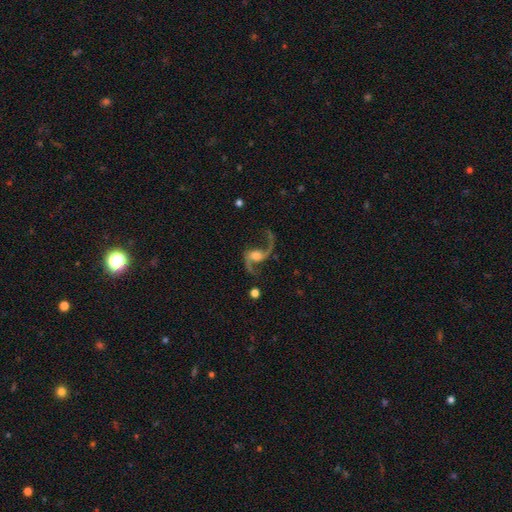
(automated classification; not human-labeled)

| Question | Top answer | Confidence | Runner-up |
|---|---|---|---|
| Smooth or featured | featured or disk | 89% | star or artifact (6%) |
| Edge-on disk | no | 97% | yes (3%) |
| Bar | no | 49% | weak (38%) |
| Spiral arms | yes | 97% | no (3%) |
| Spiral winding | loose | 83% | medium (14%) |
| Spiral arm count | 2 | 93% | 1 (3%) |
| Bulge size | moderate | 43% | large (26%) |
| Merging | none | 70% | minor disturbance (13%) |